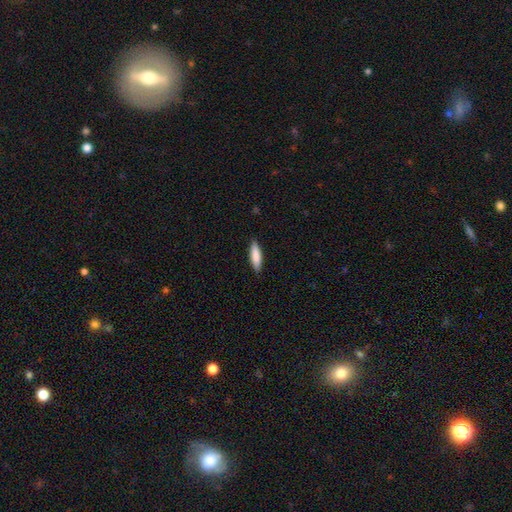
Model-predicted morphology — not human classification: type=smooth (84%); roundness=cigar-shaped (62%); merging=none (88%).